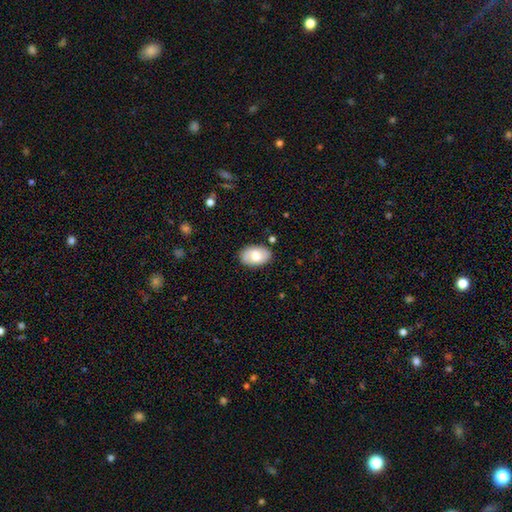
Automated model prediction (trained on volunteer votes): A smooth galaxy with no disk features (70%) that is in between round and cigar-shaped (90%). Merging: none (85%).